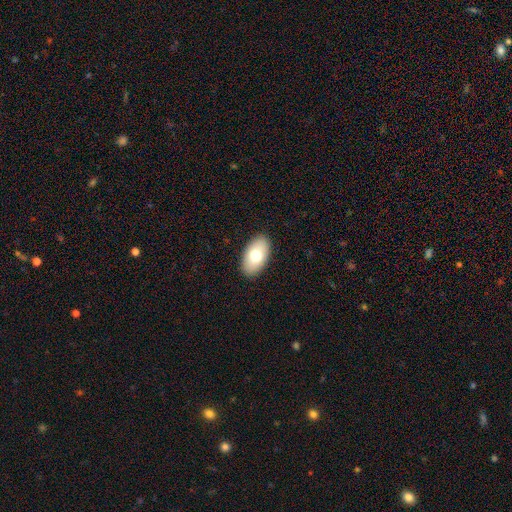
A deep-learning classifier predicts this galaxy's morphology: Smooth or featured?
  - smooth: 73% *
  - featured or disk: 20%
  - star or artifact: 7%
How rounded?
  - in between: 95% *
  - round: 4%
  - cigar-shaped: 2%
Merging?
  - none: 89% *
  - minor disturbance: 8%
  - major disturbance: 2%
  - merger: 1%